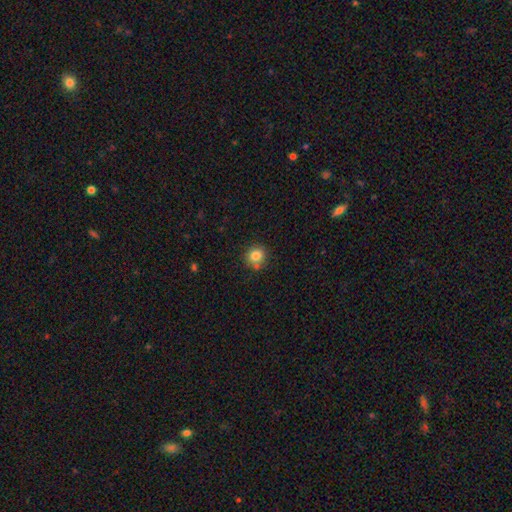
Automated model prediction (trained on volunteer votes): Q: Smooth or featured?
A: smooth (83%); runner-up: star or artifact (11%)
Q: How rounded?
A: round (87%); runner-up: in between (12%)
Q: Merging?
A: none (77%); runner-up: minor disturbance (12%)